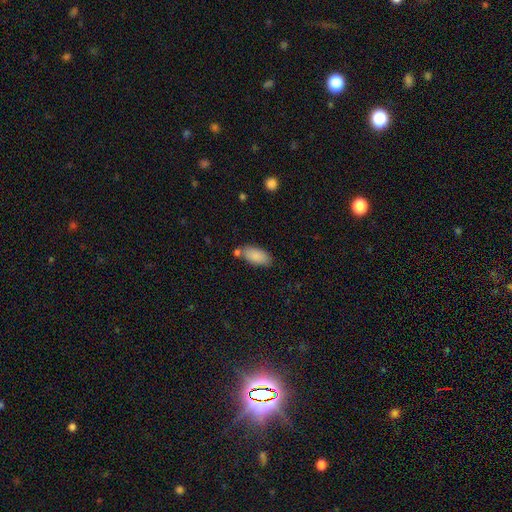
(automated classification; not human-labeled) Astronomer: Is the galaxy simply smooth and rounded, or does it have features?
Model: smooth — 87%.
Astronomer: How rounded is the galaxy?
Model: in between — 91%.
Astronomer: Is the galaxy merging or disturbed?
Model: none — 67%.